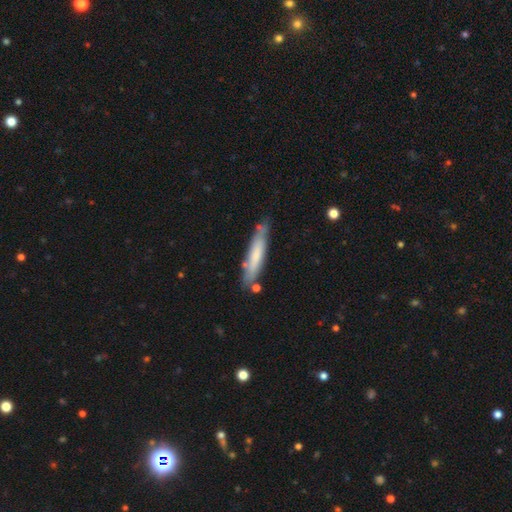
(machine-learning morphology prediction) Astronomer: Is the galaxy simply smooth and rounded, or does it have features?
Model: smooth — 62%.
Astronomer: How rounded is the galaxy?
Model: cigar-shaped — 87%.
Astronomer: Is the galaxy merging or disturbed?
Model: none — 72%.